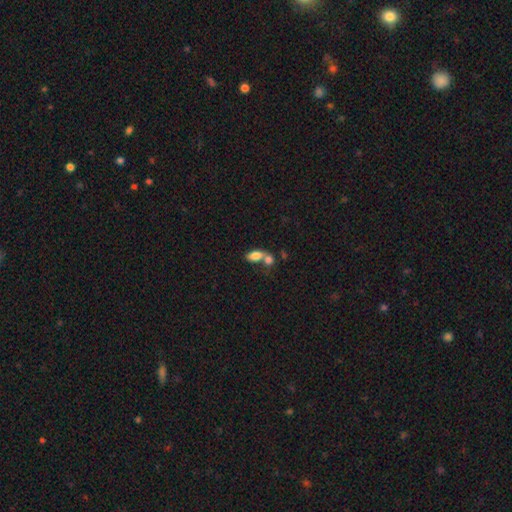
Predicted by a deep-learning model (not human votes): This is likely a smooth galaxy (79%). How rounded: clearly in between (87%). Merging: possibly merger (59%).